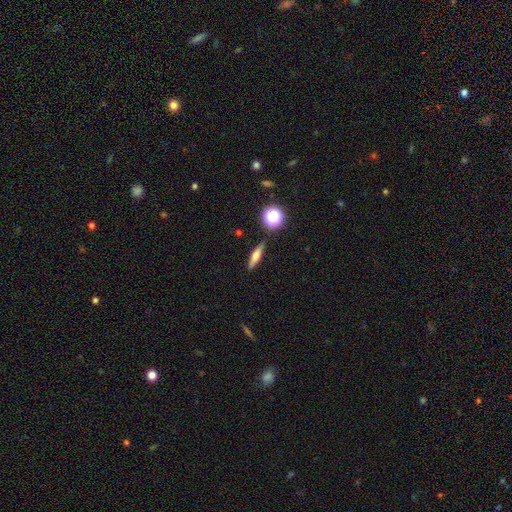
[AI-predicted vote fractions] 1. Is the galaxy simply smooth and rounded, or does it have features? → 53% smooth, 37% featured or disk, 10% star or artifact.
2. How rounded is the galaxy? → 70% cigar-shaped, 23% in between, 7% round.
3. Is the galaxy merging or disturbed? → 88% none, 8% minor disturbance, 2% merger, 2% major disturbance.